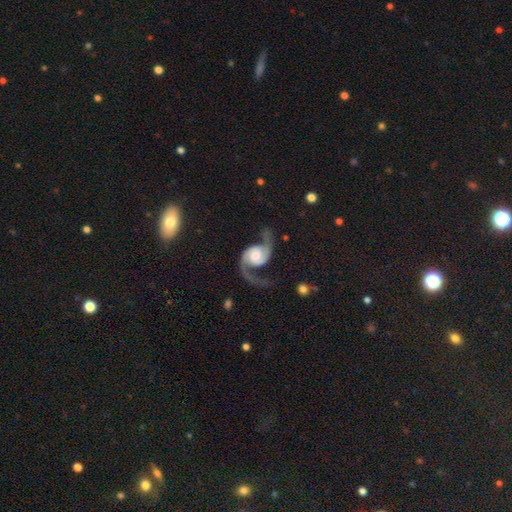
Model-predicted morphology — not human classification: This is clearly a featured or disk galaxy (92%). It is clearly not viewed edge-on (98%). Bar: likely no (64%). Spiral arm pattern: clearly yes (98%). Spiral arm count: clearly 2 (94%). Spiral winding: possibly loose (55%). Central bulge: marginally moderate (39%). Merging: likely none (70%).